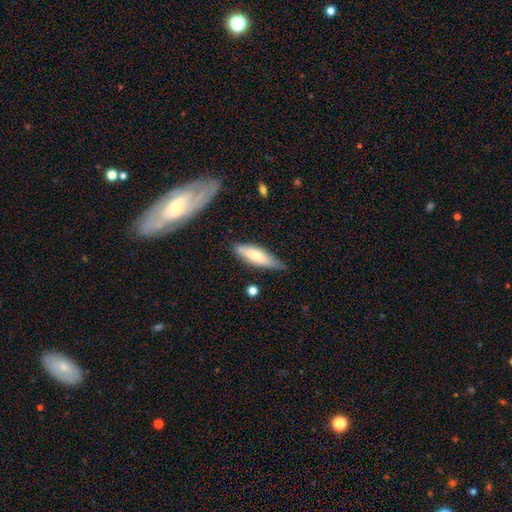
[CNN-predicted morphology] Smooth or featured? Predicted: smooth (p=0.67). How rounded? Predicted: cigar-shaped (p=0.58). Merging? Predicted: none (p=0.71).